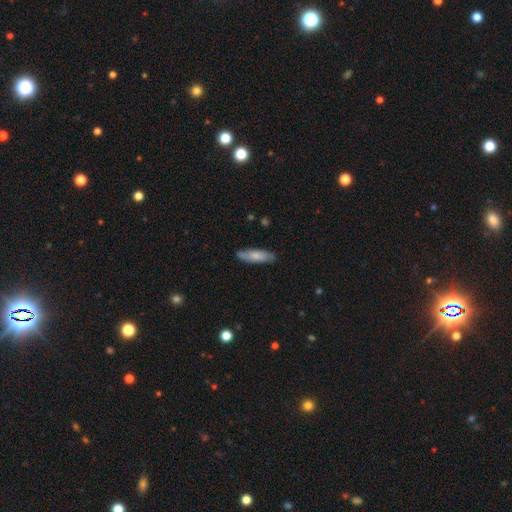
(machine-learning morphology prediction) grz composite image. It shows a smooth galaxy with no disk features (72%) that is cigar-shaped (57%). Merging: none (82%).